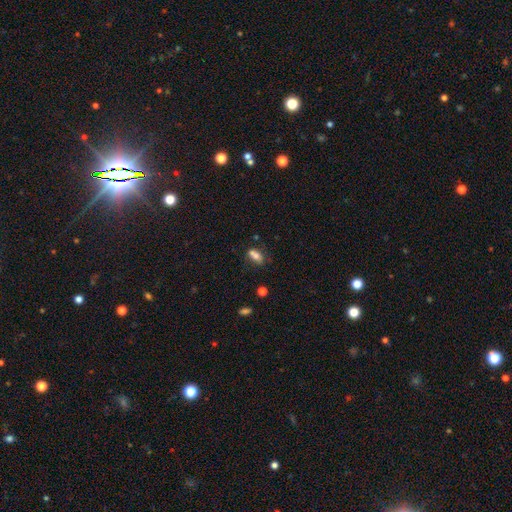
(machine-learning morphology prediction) smooth-or-featured: smooth: 73% | featured or disk: 16% | star or artifact: 11%
  how-rounded: in between: 81% | cigar-shaped: 10% | round: 9%
  merging: none: 58% | minor disturbance: 20% | merger: 15% | major disturbance: 7%